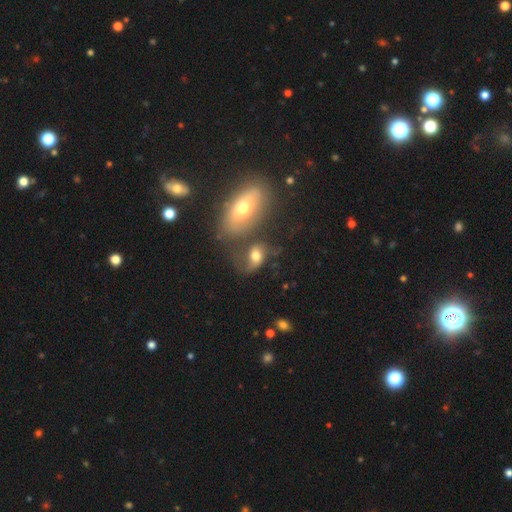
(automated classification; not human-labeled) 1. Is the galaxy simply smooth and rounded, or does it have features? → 51% smooth, 38% featured or disk, 12% star or artifact.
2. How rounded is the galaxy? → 74% in between, 24% round, 2% cigar-shaped.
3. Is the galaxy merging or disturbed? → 33% none, 29% merger, 19% major disturbance, 19% minor disturbance.